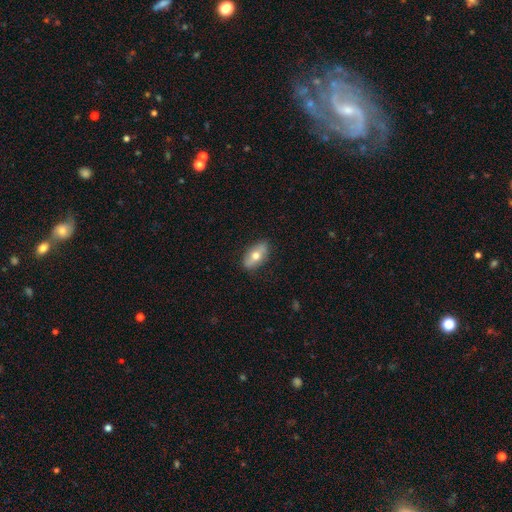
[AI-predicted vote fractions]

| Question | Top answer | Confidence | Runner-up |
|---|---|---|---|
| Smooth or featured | smooth | 59% | featured or disk (35%) |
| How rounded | in between | 85% | cigar-shaped (10%) |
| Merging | none | 85% | minor disturbance (12%) |